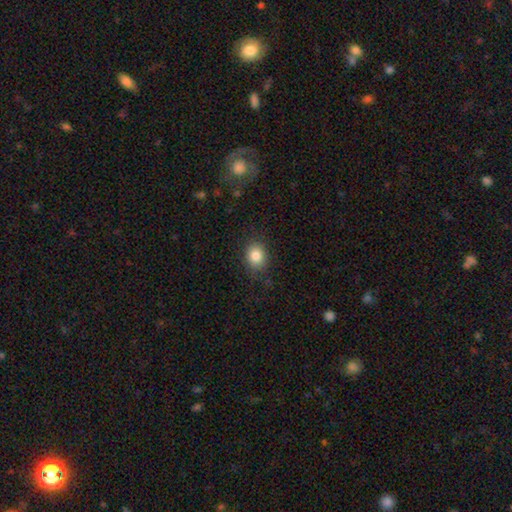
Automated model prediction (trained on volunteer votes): A smooth galaxy with no disk features (84%) that is round (57%).

Vote fractions:
- Smooth or featured? smooth: 84% / star or artifact: 10% / featured or disk: 6%
- How rounded? round: 57% / in between: 42% / cigar-shaped: 1%
- Merging? none: 84% / minor disturbance: 11% / major disturbance: 3% / merger: 1%